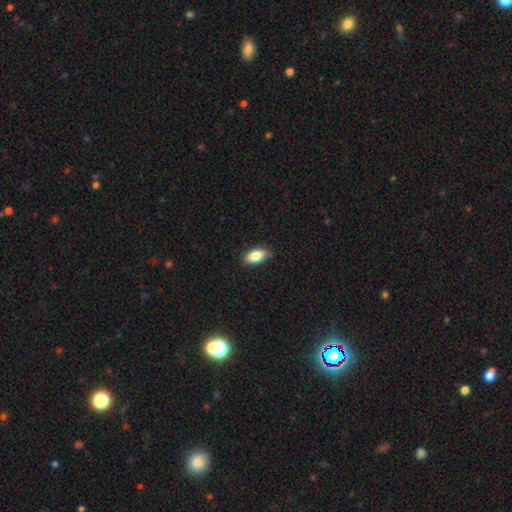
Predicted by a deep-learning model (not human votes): Overall: smooth (85%). How rounded: in between (90%). Merging: none (86%).